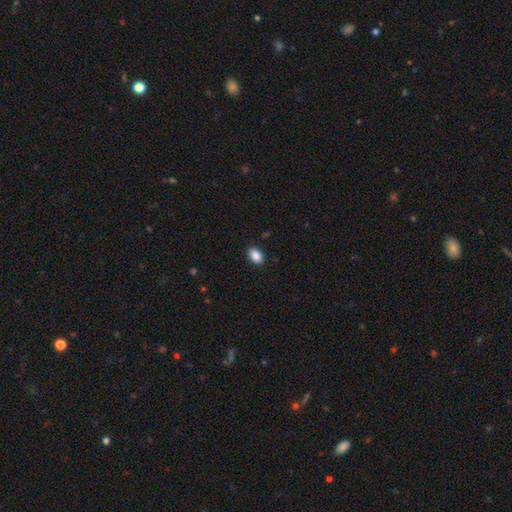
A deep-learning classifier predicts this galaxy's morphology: Smooth or featured? Predicted: smooth (p=0.88). How rounded? Predicted: in between (p=0.89). Merging? Predicted: none (p=0.89).